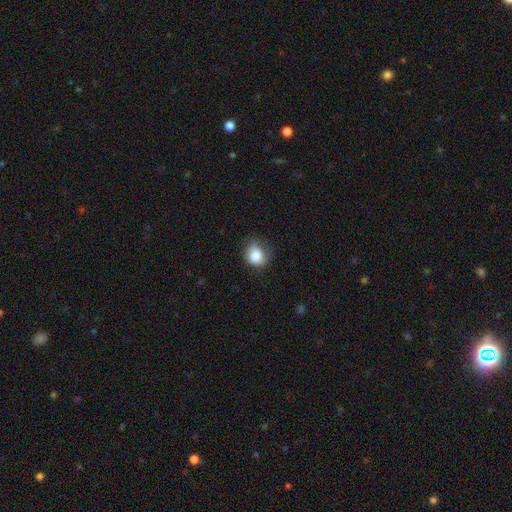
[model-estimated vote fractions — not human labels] smooth-or-featured: smooth: 83% | star or artifact: 9% | featured or disk: 8%
  how-rounded: round: 69% | in between: 30% | cigar-shaped: 1%
  merging: none: 55% | minor disturbance: 31% | major disturbance: 12% | merger: 2%